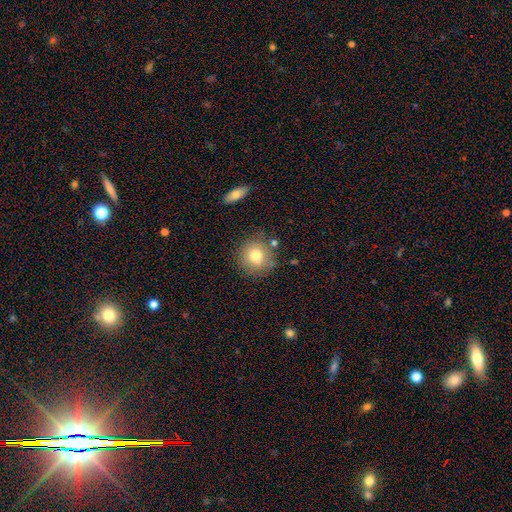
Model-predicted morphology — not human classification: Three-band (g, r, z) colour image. It shows a smooth galaxy with no disk features (76%) that is round (89%). Merging: none (79%).